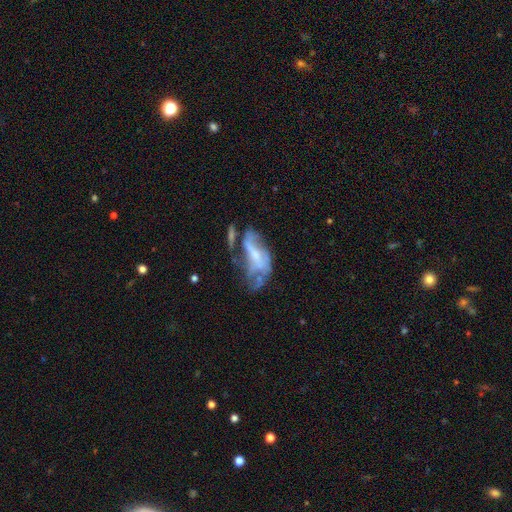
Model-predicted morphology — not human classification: Smooth or featured? Predicted: featured or disk (p=0.64). Edge-on disk? Predicted: no (p=0.92). Bar? Predicted: no (p=0.57). Spiral arms? Predicted: no (p=0.56). Bulge size? Predicted: small (p=0.41). Merging? Predicted: major disturbance (p=0.38).